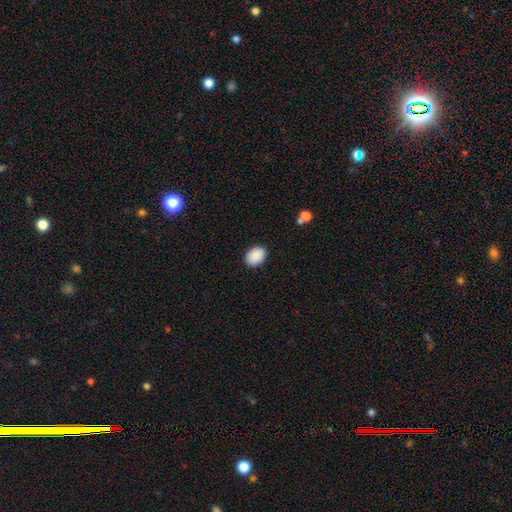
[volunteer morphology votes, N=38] A smooth galaxy with no disk features (84%) that is in between round and cigar-shaped (94%).

Vote fractions:
- Smooth or featured? smooth: 84% / featured or disk: 13% / star or artifact: 3%
- How rounded? in between: 94% / round: 3% / cigar-shaped: 3%
- Merging? none: 89% / merger: 8% / minor disturbance: 3% / major disturbance: 0%